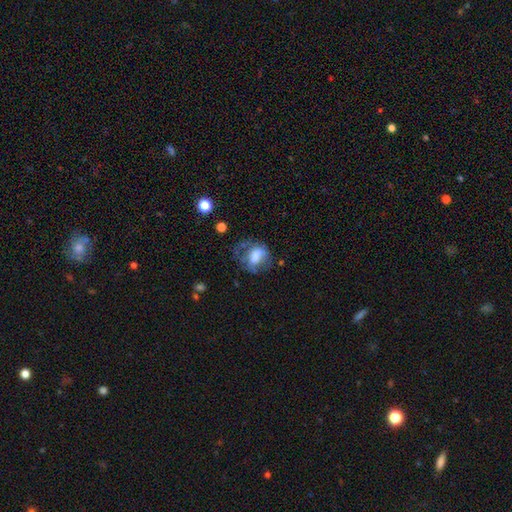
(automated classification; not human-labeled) Smooth or featured?
  - smooth: 50% *
  - featured or disk: 40%
  - star or artifact: 10%
How rounded?
  - in between: 61% *
  - round: 37%
  - cigar-shaped: 3%
Merging?
  - none: 38% *
  - major disturbance: 32%
  - minor disturbance: 26%
  - merger: 4%